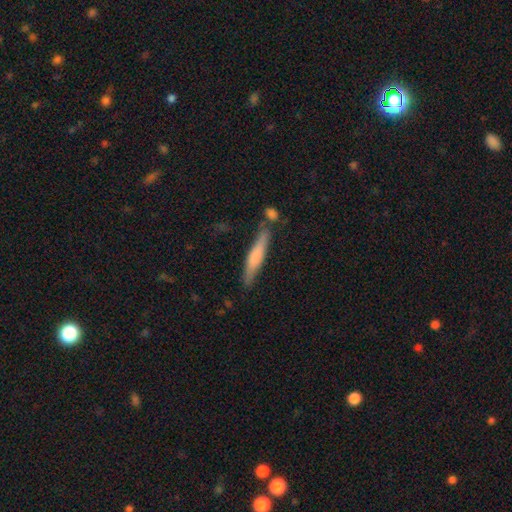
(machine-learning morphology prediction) This is likely a smooth galaxy (64%). How rounded: clearly cigar-shaped (90%). Merging: likely none (72%).